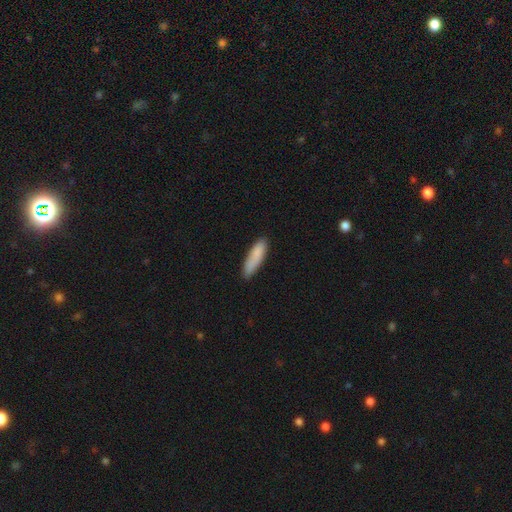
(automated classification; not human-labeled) Smooth or featured: smooth — 86% (featured or disk — 8%)
How rounded: cigar-shaped — 68% (in between — 31%)
Merging: none — 80% (minor disturbance — 16%)